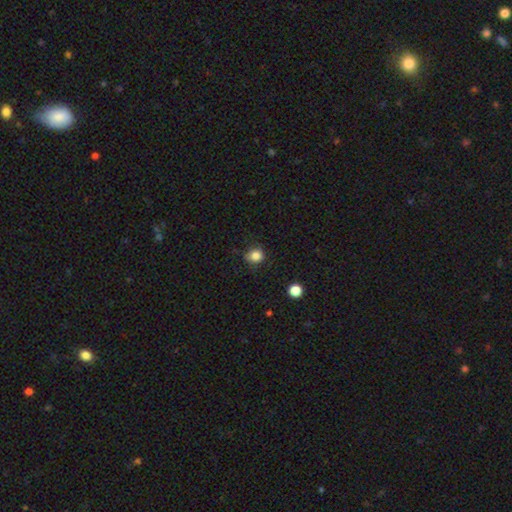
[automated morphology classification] This appears to be a smooth galaxy with no disk features (83%) that is round (77%). Merging: none (74%).